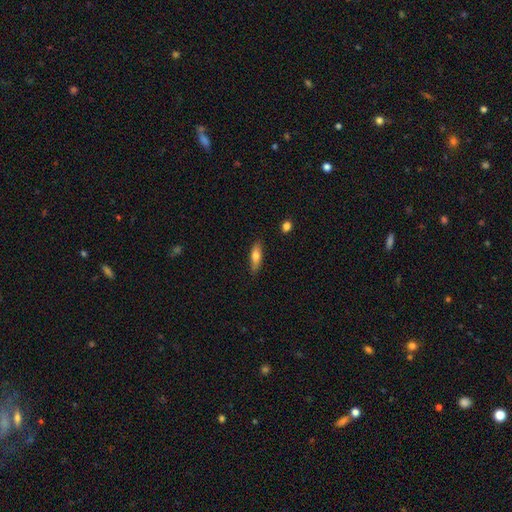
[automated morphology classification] Smooth or featured? Predicted: smooth (p=0.73). How rounded? Predicted: cigar-shaped (p=0.50). Merging? Predicted: none (p=0.81).